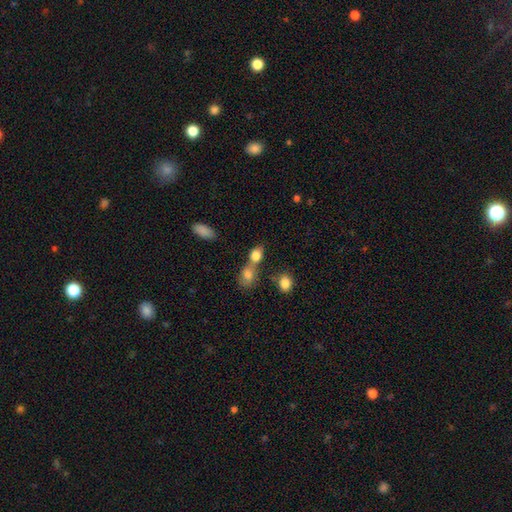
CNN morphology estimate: Smooth or featured? smooth (81%)
How rounded? in between (58%)
Merging? merger (48%)